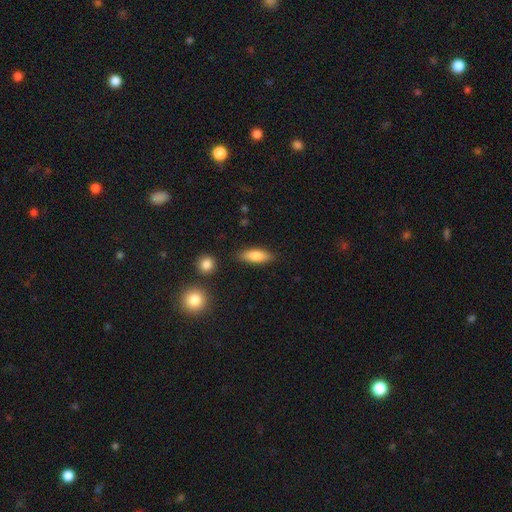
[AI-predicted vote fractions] A smooth galaxy with no disk features (78%) that is in between round and cigar-shaped (64%).

Vote fractions:
- Smooth or featured? smooth: 78% / featured or disk: 15% / star or artifact: 7%
- How rounded? in between: 64% / cigar-shaped: 33% / round: 3%
- Merging? none: 85% / minor disturbance: 10% / major disturbance: 3% / merger: 2%